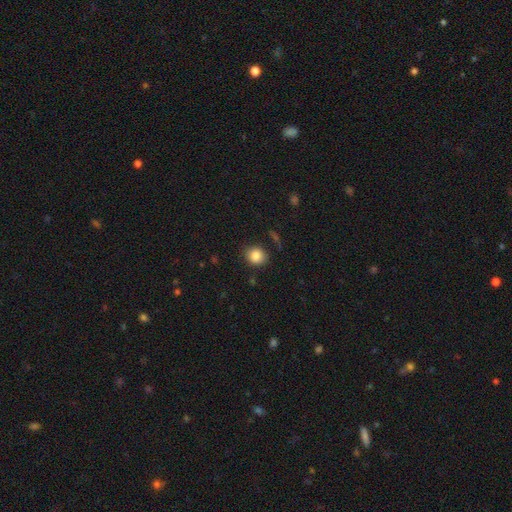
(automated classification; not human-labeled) Morphology: type=smooth (84%); roundness=round (72%); merging=none (83%).